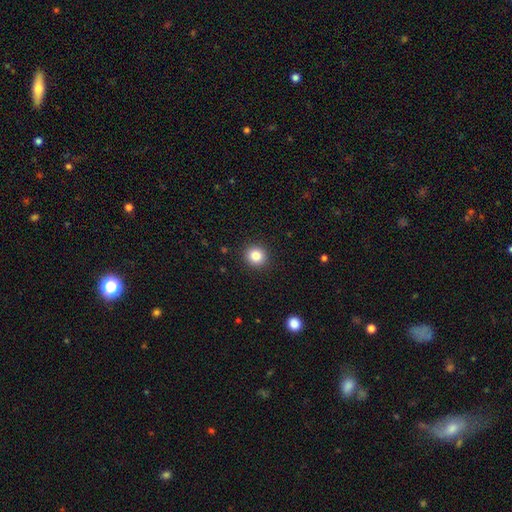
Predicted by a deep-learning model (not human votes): A smooth galaxy with no disk features (83%) that is round (92%).

Vote fractions:
- Smooth or featured? smooth: 83% / star or artifact: 11% / featured or disk: 6%
- How rounded? round: 92% / in between: 7% / cigar-shaped: 1%
- Merging? none: 92% / minor disturbance: 5% / major disturbance: 2% / merger: 1%